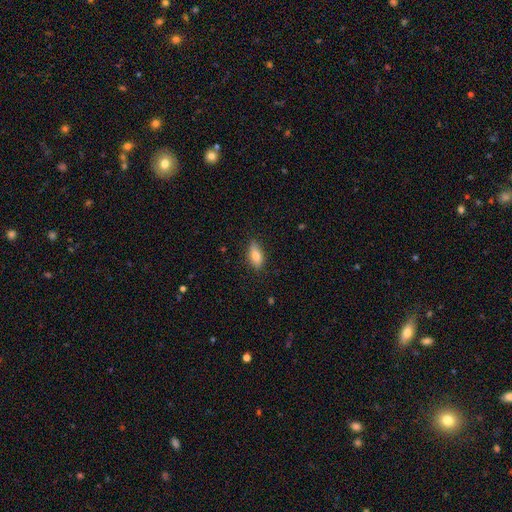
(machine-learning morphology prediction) This is likely a smooth galaxy (77%). How rounded: likely in between (80%). Merging: clearly none (83%).